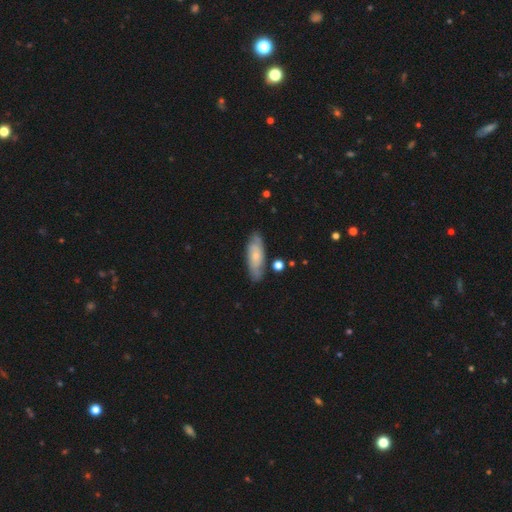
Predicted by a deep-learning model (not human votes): Q: Smooth or featured?
A: smooth (49%); runner-up: featured or disk (45%)
Q: Merging?
A: none (76%); runner-up: minor disturbance (17%)